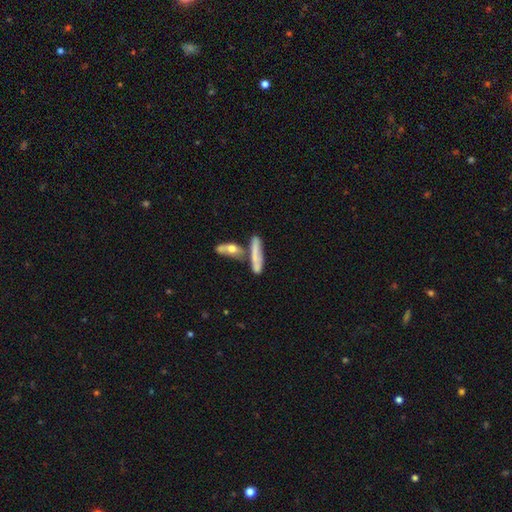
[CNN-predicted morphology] This is possibly a smooth galaxy (53%). How rounded: likely cigar-shaped (79%). Merging: possibly none (49%).